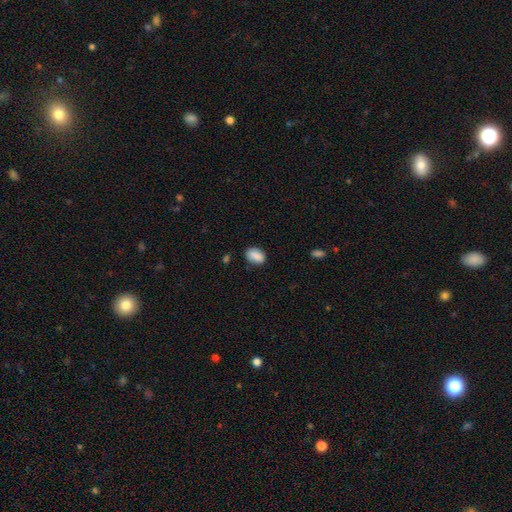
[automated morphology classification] Smooth or featured? Predicted: smooth (p=0.88). How rounded? Predicted: in between (p=0.83). Merging? Predicted: none (p=0.80).